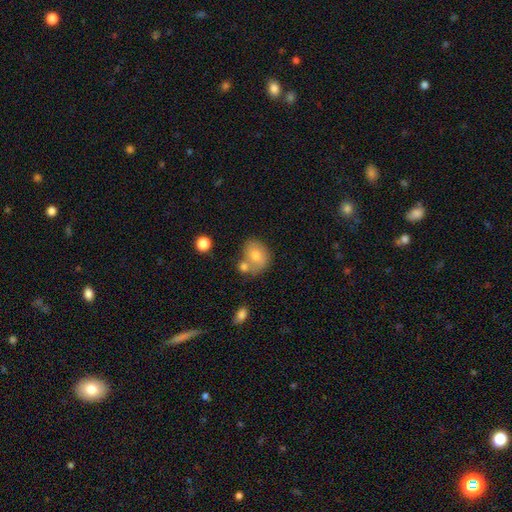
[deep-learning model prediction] Smooth or featured? Predicted: smooth (p=0.73). How rounded? Predicted: round (p=0.53). Merging? Predicted: none (p=0.47).